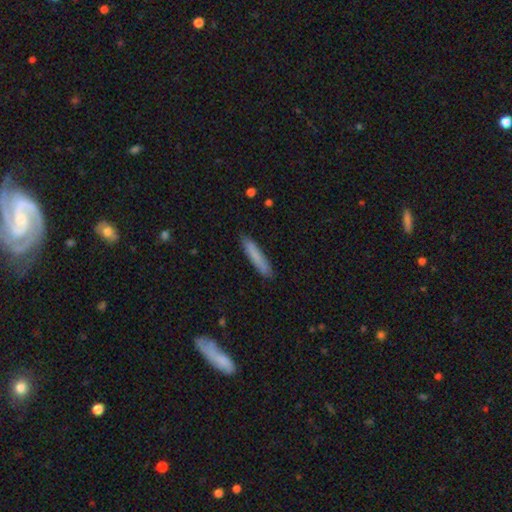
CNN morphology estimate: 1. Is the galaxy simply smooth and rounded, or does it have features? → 80% smooth, 14% featured or disk, 6% star or artifact.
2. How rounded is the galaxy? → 91% cigar-shaped, 8% in between, 1% round.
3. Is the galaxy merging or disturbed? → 87% none, 9% minor disturbance, 2% major disturbance, 1% merger.